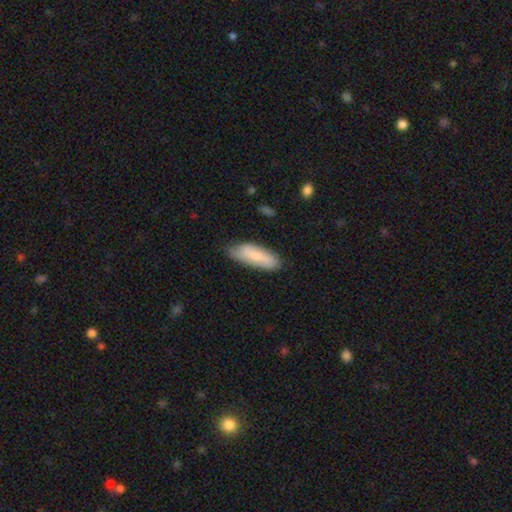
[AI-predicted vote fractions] Morphology: type=smooth (76%); roundness=in between (62%); merging=none (70%).